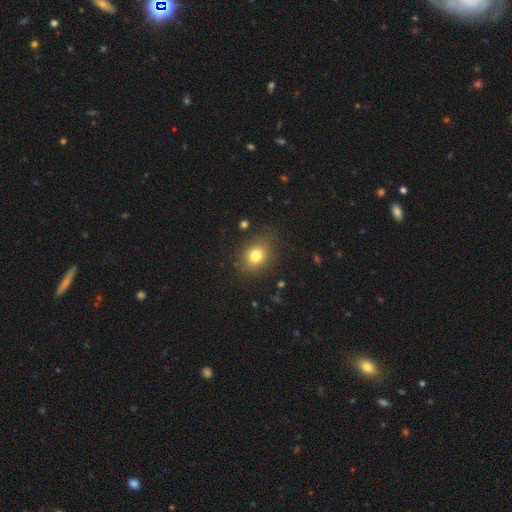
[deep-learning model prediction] smooth 78%, star or artifact 12%, featured or disk 10%. Down the decision tree: how rounded — in between (50%); merging — none (81%).